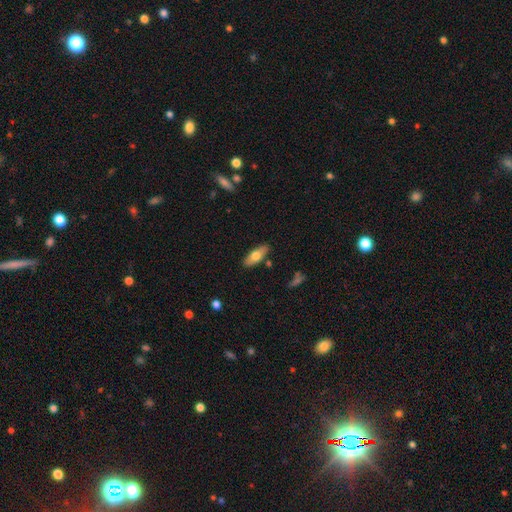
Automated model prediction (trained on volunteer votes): smooth-or-featured: smooth: 67% | featured or disk: 27% | star or artifact: 6%
  how-rounded: in between: 74% | cigar-shaped: 23% | round: 2%
  merging: none: 84% | minor disturbance: 11% | merger: 3% | major disturbance: 2%